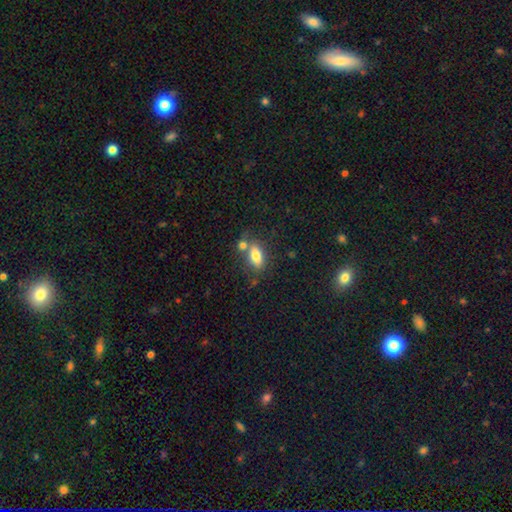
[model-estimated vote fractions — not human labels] Smooth or featured?
  - smooth: 78% *
  - featured or disk: 13%
  - star or artifact: 9%
How rounded?
  - in between: 85% *
  - cigar-shaped: 8%
  - round: 7%
Merging?
  - none: 55% *
  - merger: 27%
  - minor disturbance: 13%
  - major disturbance: 5%